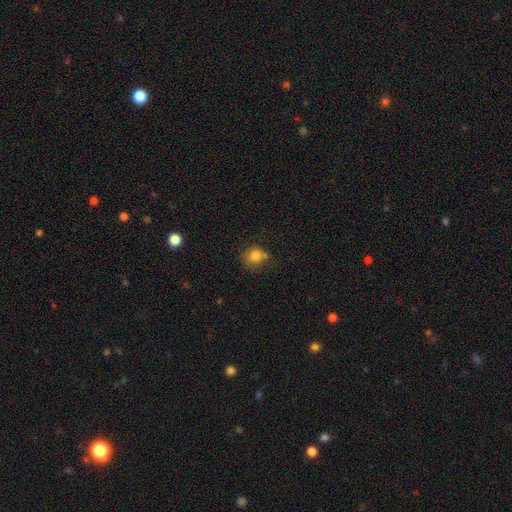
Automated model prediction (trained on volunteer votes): smooth 78%, star or artifact 11%, featured or disk 10%. Down the decision tree: how rounded — round (71%); merging — none (51%).